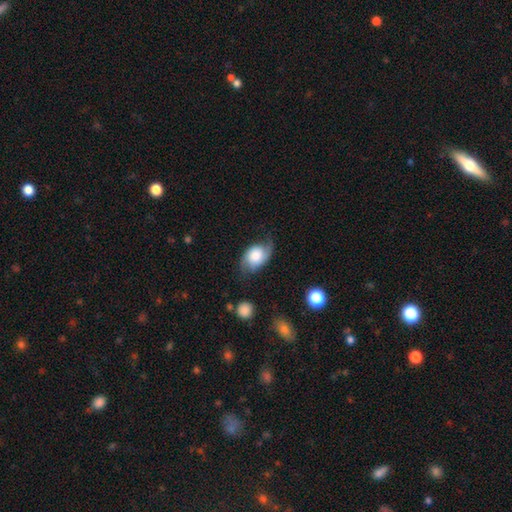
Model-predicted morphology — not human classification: Overall: featured or disk (48%; smooth 44%). Merging: none (55%; minor disturbance 30%).